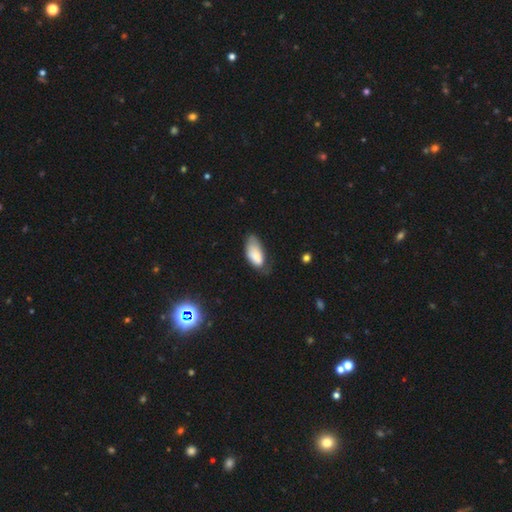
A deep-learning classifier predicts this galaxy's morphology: The model was most divided on "merging": minor disturbance: 42%, none: 37%, major disturbance: 18%, merger: 3%. More confident: how rounded — in between (91%); smooth or featured — smooth (79%).